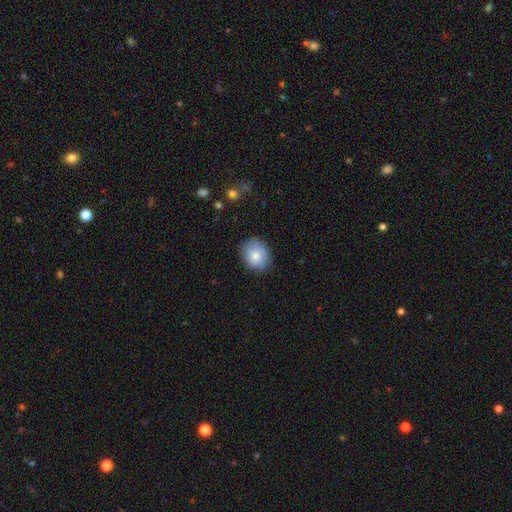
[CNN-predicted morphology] Q: Smooth or featured?
A: smooth (79%); runner-up: featured or disk (14%)
Q: How rounded?
A: round (59%); runner-up: in between (40%)
Q: Merging?
A: none (79%); runner-up: minor disturbance (16%)